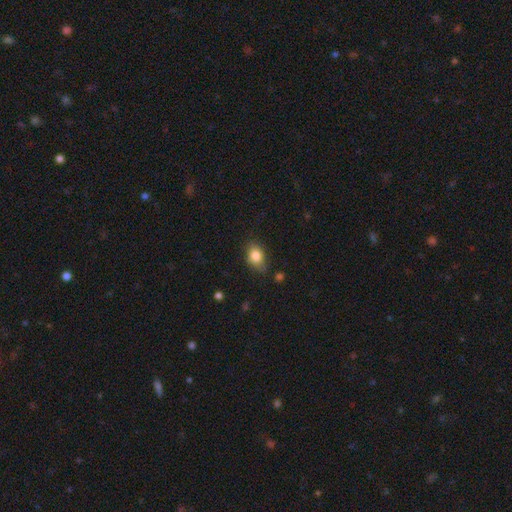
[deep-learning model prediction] Smooth or featured?
  - smooth: 82% *
  - featured or disk: 9%
  - star or artifact: 9%
How rounded?
  - in between: 75% *
  - round: 23%
  - cigar-shaped: 2%
Merging?
  - none: 72% *
  - minor disturbance: 22%
  - major disturbance: 4%
  - merger: 2%